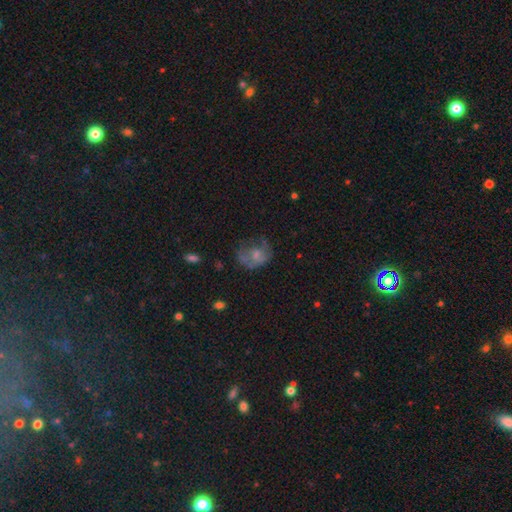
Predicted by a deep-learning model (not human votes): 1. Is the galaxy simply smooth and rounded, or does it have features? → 48% smooth, 41% featured or disk, 11% star or artifact.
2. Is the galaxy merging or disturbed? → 38% none, 32% major disturbance, 26% minor disturbance, 4% merger.